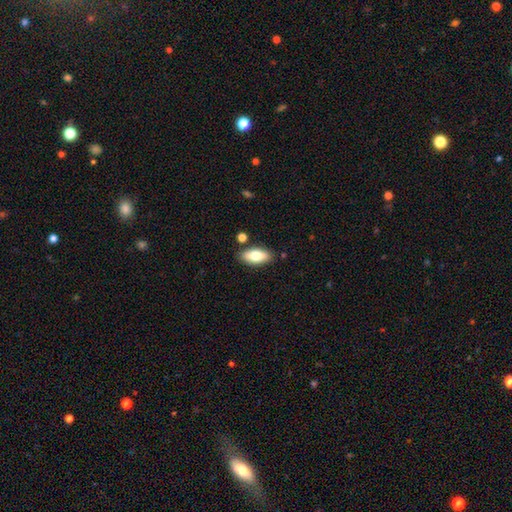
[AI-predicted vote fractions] A smooth galaxy with no disk features (75%) that is in between round and cigar-shaped (85%). Merging: none (84%).